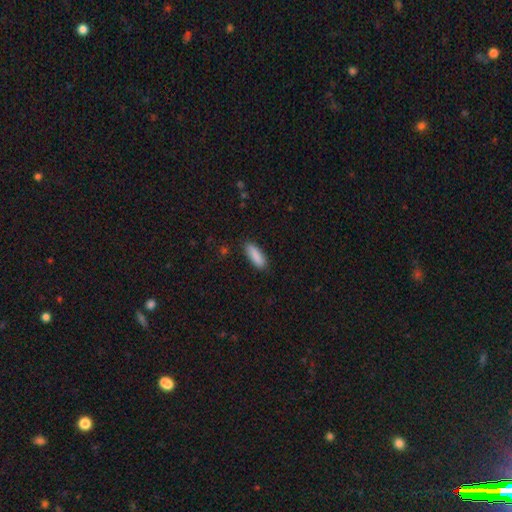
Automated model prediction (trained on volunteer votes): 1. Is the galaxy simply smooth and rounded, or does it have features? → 89% smooth, 6% star or artifact, 4% featured or disk.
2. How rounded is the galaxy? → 58% in between, 40% cigar-shaped, 2% round.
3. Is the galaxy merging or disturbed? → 86% none, 10% minor disturbance, 2% major disturbance, 1% merger.